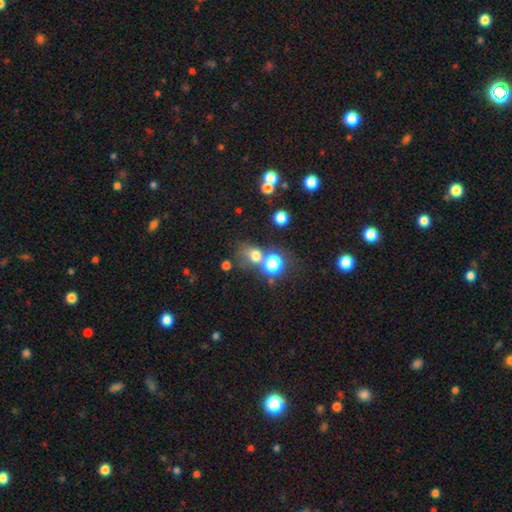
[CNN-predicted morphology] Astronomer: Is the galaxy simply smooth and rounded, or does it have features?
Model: smooth — 65%.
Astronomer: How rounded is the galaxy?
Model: round — 66%.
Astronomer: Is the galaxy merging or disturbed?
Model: none — 48% (runner-up: merger, 28%).